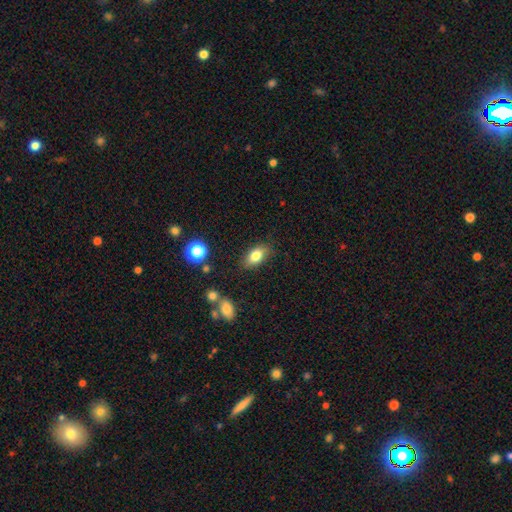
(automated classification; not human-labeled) smooth_or_featured: smooth (p=0.80) [alt: featured or disk p=0.11]
how_rounded: in between (p=0.86) [alt: round p=0.09]
merging: none (p=0.81) [alt: minor disturbance p=0.13]